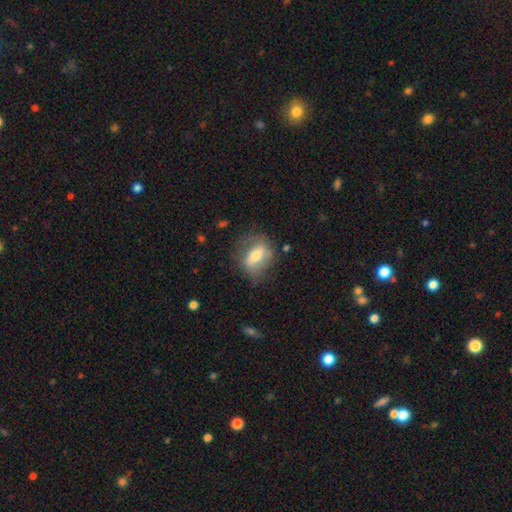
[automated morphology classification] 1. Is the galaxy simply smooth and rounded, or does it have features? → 48% smooth, 44% featured or disk, 7% star or artifact.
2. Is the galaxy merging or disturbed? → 68% none, 20% minor disturbance, 10% major disturbance, 2% merger.